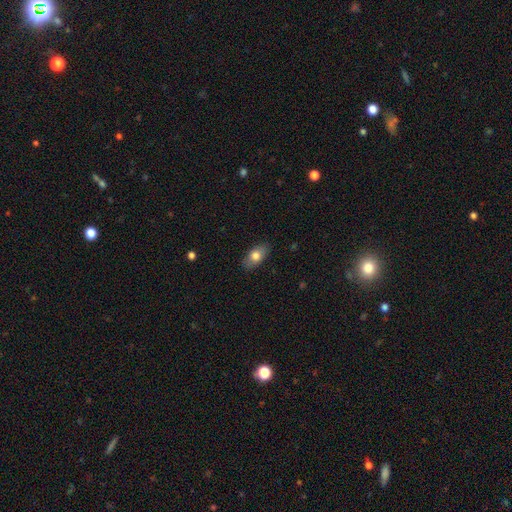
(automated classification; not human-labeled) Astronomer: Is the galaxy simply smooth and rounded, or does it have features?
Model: smooth — 75%.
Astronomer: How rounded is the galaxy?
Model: in between — 89%.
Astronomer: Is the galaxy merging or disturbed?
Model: none — 86%.